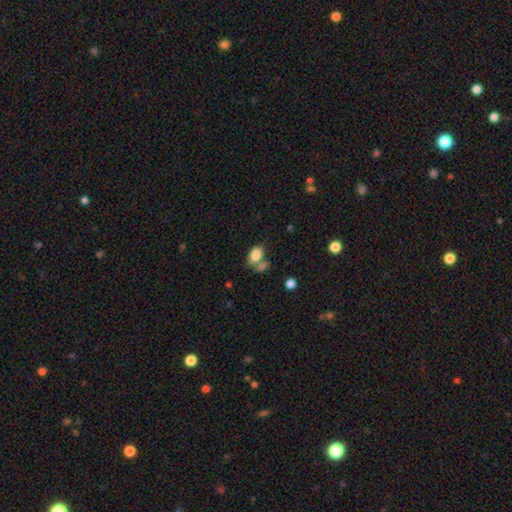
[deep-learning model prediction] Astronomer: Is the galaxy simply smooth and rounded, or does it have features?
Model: smooth — 80%.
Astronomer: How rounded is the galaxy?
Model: in between — 84%.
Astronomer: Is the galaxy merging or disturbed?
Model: merger — 40% (runner-up: none, 35%).